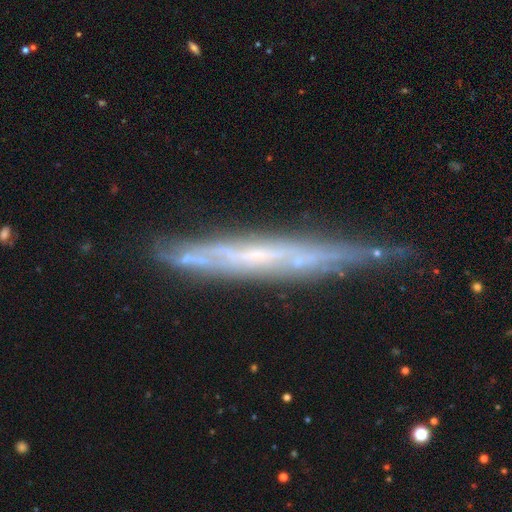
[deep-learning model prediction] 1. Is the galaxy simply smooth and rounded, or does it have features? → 72% featured or disk, 21% smooth, 7% star or artifact.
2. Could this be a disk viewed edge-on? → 85% yes, 15% no.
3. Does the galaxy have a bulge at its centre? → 79% none, 15% rounded, 7% boxy.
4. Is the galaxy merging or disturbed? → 68% none, 24% minor disturbance, 5% major disturbance, 3% merger.